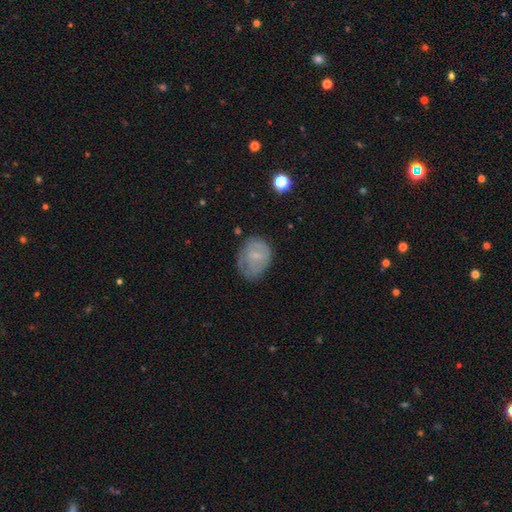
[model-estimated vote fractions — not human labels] smooth 52%, featured or disk 39%, star or artifact 10%. Down the decision tree: how rounded — in between (55%); merging — none (54%).